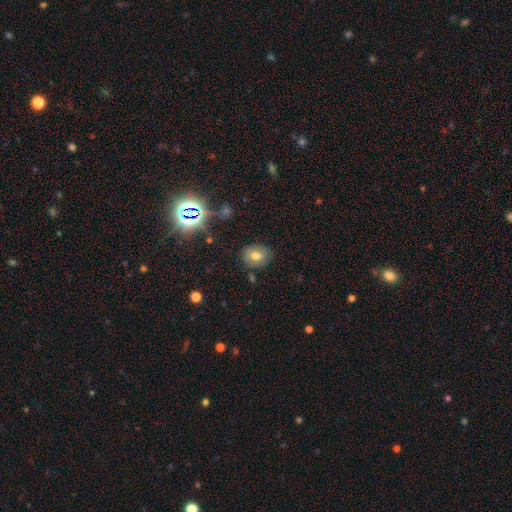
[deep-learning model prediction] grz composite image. It shows a smooth galaxy with no disk features (68%) that is round (52%). Merging: none (82%).